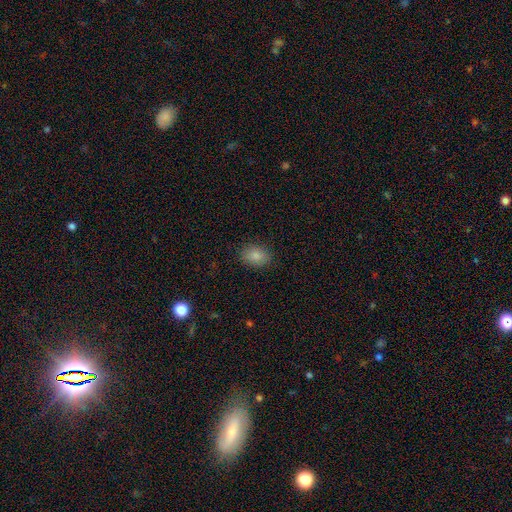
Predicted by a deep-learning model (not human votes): Q: Smooth or featured?
A: smooth (85%); runner-up: star or artifact (9%)
Q: How rounded?
A: in between (63%); runner-up: round (36%)
Q: Merging?
A: none (87%); runner-up: minor disturbance (10%)